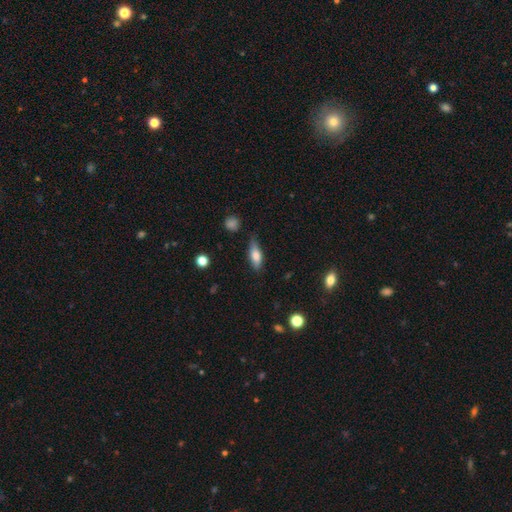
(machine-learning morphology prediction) smooth_or_featured: smooth (p=0.66) [alt: featured or disk p=0.26]
how_rounded: in between (p=0.65) [alt: cigar-shaped p=0.32]
merging: none (p=0.73) [alt: minor disturbance p=0.21]